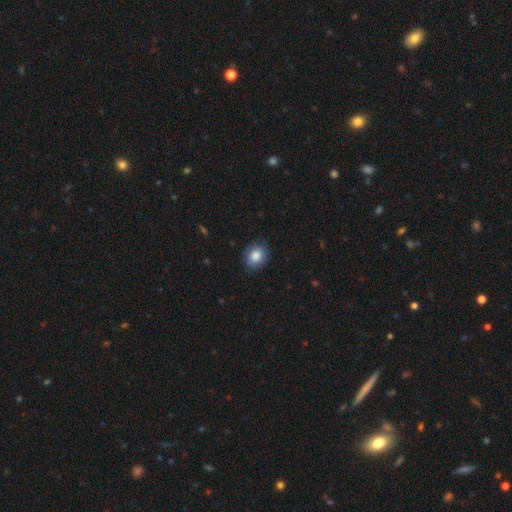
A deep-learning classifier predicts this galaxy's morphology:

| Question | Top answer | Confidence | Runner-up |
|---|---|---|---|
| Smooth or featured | smooth | 86% | star or artifact (8%) |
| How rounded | round | 56% | in between (43%) |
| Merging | none | 84% | minor disturbance (12%) |